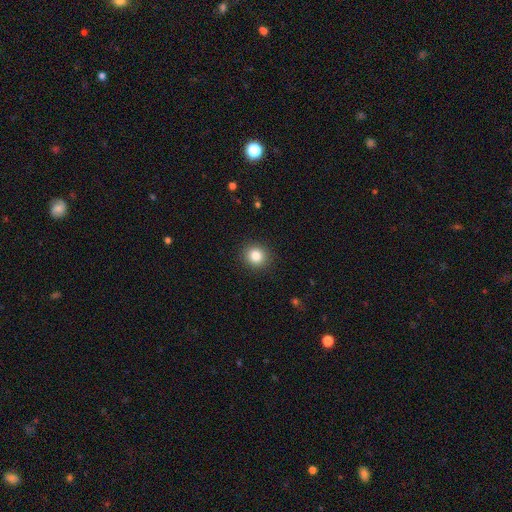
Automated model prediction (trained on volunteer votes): Q: Smooth or featured?
A: smooth (84%); runner-up: star or artifact (11%)
Q: How rounded?
A: round (88%); runner-up: in between (11%)
Q: Merging?
A: none (91%); runner-up: minor disturbance (6%)